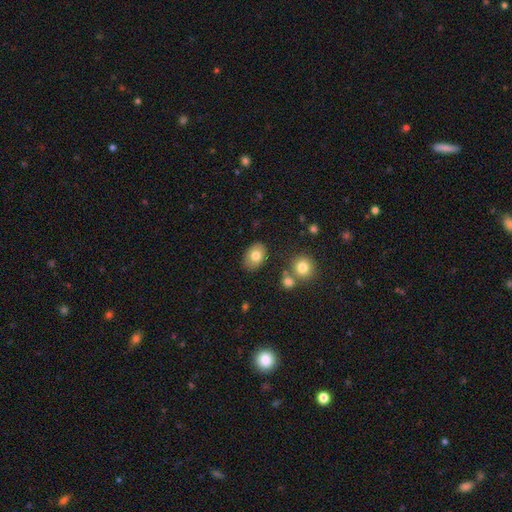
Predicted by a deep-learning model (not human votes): Smooth or featured?
  - smooth: 78% *
  - featured or disk: 14%
  - star or artifact: 8%
How rounded?
  - in between: 80% *
  - round: 19%
  - cigar-shaped: 1%
Merging?
  - none: 81% *
  - minor disturbance: 12%
  - merger: 4%
  - major disturbance: 3%